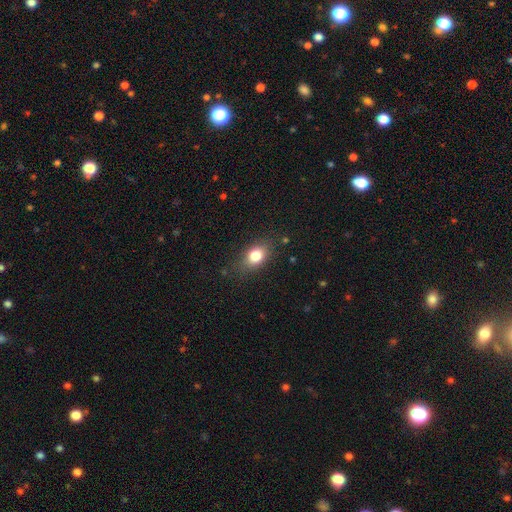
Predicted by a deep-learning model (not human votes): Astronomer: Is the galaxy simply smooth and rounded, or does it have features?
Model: smooth — 81%.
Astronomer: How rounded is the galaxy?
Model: in between — 74%.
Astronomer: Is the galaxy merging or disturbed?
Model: none — 79%.